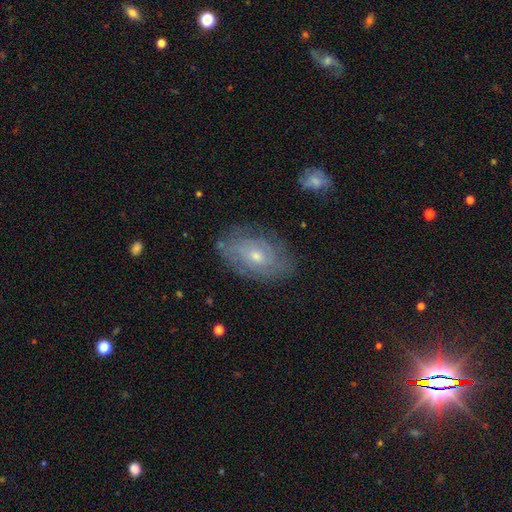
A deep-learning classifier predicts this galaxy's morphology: This is likely a featured or disk galaxy (67%). It is clearly not viewed edge-on (94%). Bar: likely no (73%). Spiral arm pattern: likely yes (78%). Central bulge: possibly small (53%). Merging: likely none (74%).